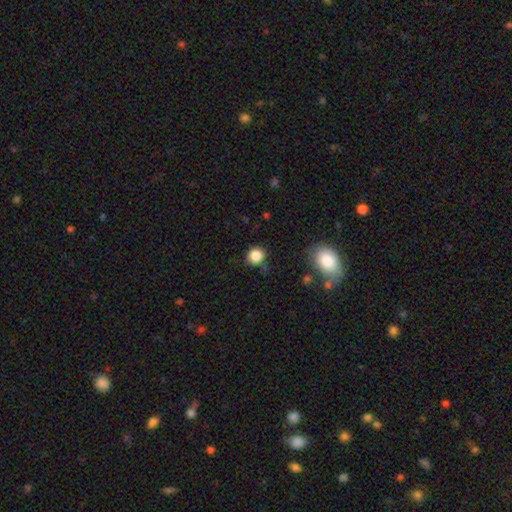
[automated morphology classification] smooth 85%, star or artifact 11%, featured or disk 4%. Down the decision tree: how rounded — round (84%); merging — none (81%).